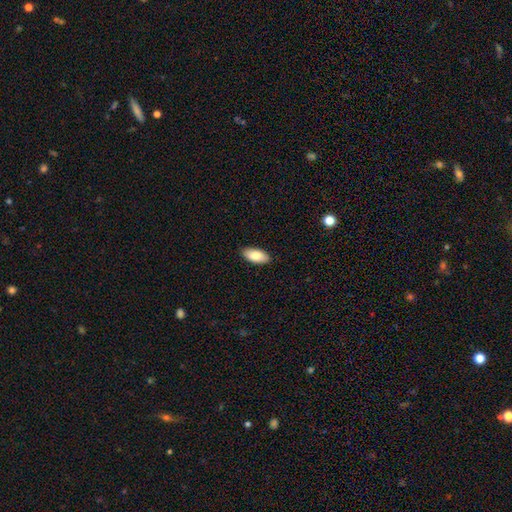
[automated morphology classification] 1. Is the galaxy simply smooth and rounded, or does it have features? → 84% smooth, 10% featured or disk, 6% star or artifact.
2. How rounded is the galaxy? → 91% in between, 7% cigar-shaped, 2% round.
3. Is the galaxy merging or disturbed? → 89% none, 8% minor disturbance, 2% major disturbance, 1% merger.